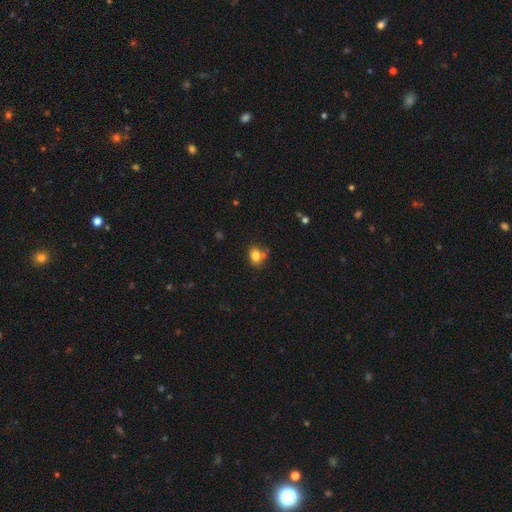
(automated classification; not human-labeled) smooth 80%, star or artifact 11%, featured or disk 9%. Down the decision tree: how rounded — in between (59%); merging — none (57%).